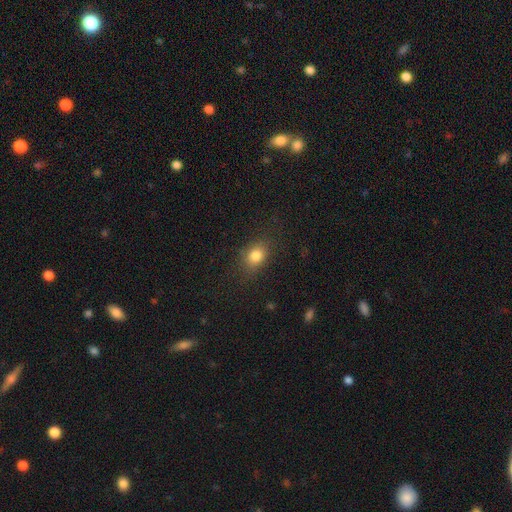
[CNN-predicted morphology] A smooth galaxy with no disk features (81%) that is in between round and cigar-shaped (58%). Merging: none (80%).